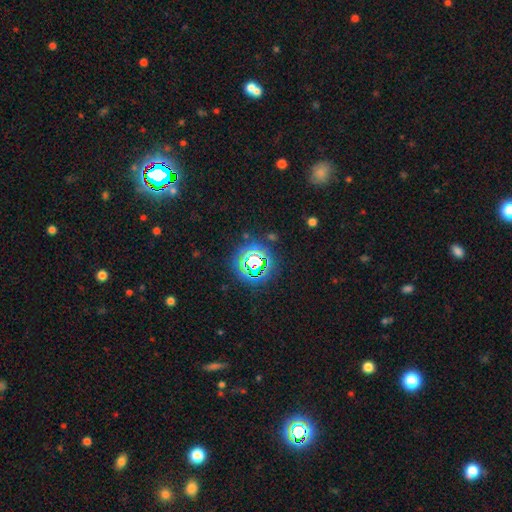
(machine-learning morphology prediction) Smooth or featured?
  - star or artifact: 76% *
  - smooth: 15%
  - featured or disk: 9%